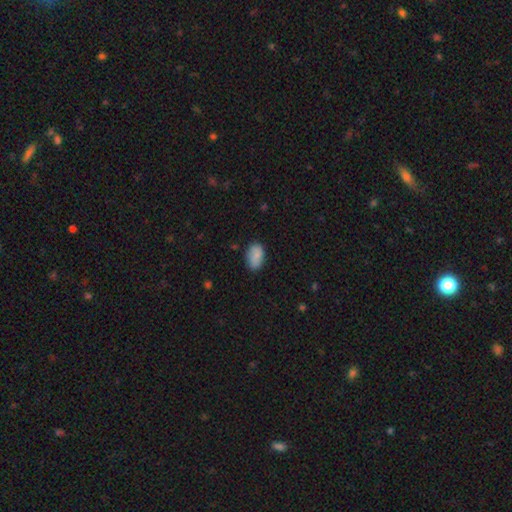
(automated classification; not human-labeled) Smooth or featured? Predicted: smooth (p=0.84). How rounded? Predicted: in between (p=0.91). Merging? Predicted: none (p=0.78).